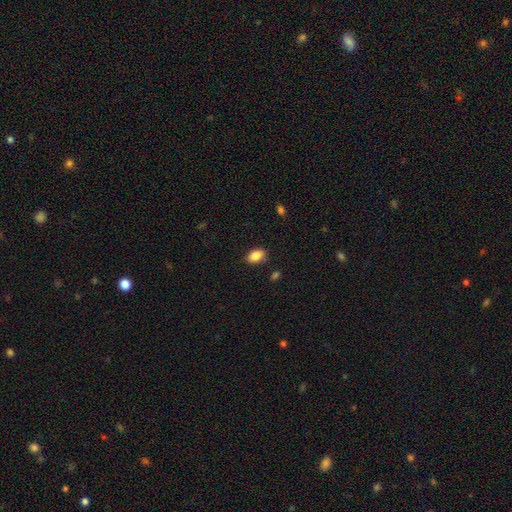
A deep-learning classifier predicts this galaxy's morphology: A smooth galaxy with no disk features (85%) that is in between round and cigar-shaped (87%). Merging: none (83%).